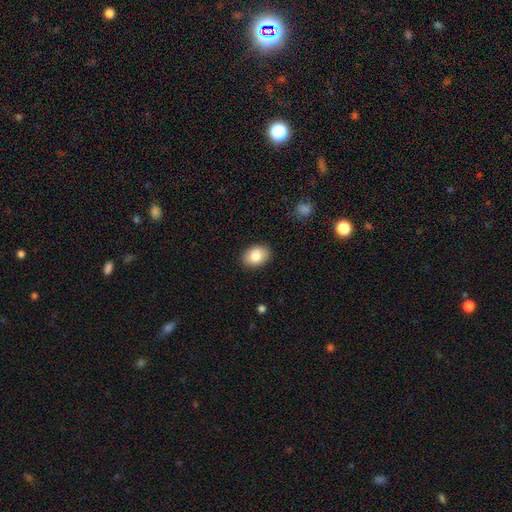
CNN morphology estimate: Smooth or featured? Predicted: smooth (p=0.84). How rounded? Predicted: in between (p=0.79). Merging? Predicted: none (p=0.88).